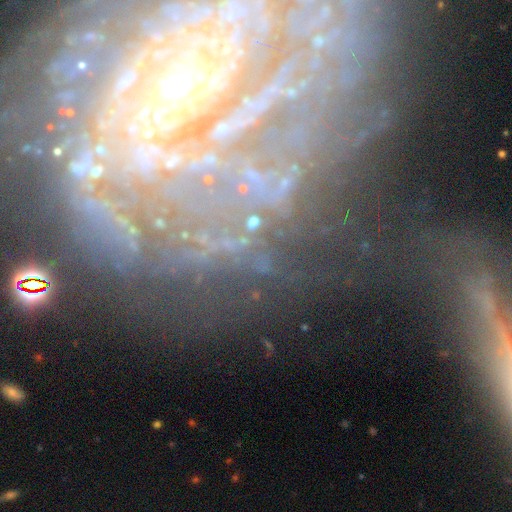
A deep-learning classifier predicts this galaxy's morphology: smooth_or_featured: featured or disk (p=0.68) [alt: star or artifact p=0.21]
disk_edge_on: no (p=0.93) [alt: yes p=0.07]
bar: no (p=0.53) [alt: weak p=0.25]
has_spiral_arms: yes (p=0.81) [alt: no p=0.19]
spiral_winding: tight (p=0.66) [alt: medium p=0.23]
spiral_arm_count: can't tell (p=0.34) [alt: 2 p=0.16]
bulge_size: small (p=0.53) [alt: moderate p=0.28]
merging: none (p=0.62) [alt: minor disturbance p=0.17]